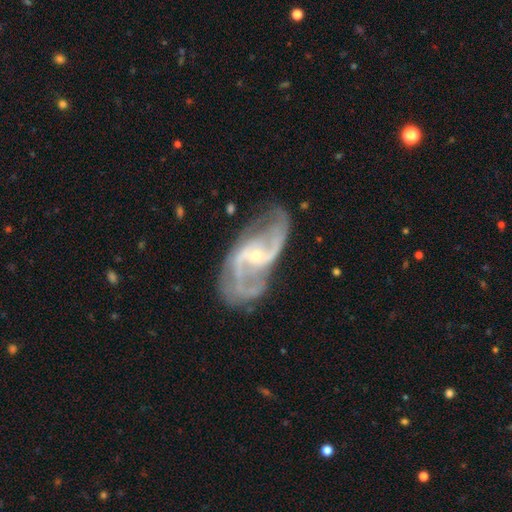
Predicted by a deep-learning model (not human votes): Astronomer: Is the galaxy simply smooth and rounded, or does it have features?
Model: featured or disk — 90%.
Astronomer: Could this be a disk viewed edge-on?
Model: no — 96%.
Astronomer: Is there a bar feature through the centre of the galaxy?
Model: no — 46% (runner-up: weak, 37%).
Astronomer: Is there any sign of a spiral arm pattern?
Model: yes — 97%.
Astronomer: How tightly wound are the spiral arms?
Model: medium — 49% (runner-up: loose, 36%).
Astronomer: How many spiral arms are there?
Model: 2 — 81%.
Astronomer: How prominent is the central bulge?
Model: small — 75%.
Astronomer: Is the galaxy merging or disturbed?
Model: none — 66%.